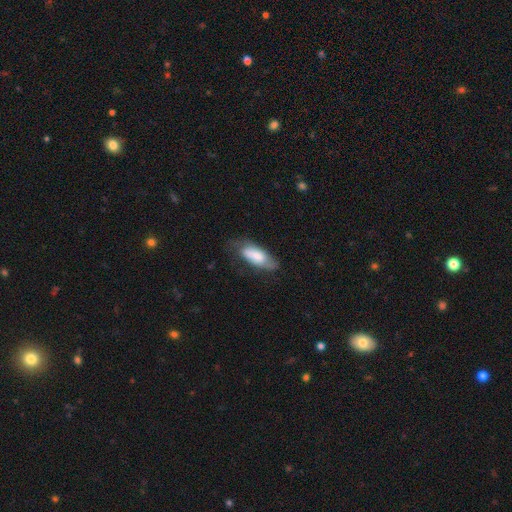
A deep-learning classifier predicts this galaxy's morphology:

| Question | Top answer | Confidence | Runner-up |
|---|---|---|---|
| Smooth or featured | smooth | 69% | featured or disk (25%) |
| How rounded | in between | 78% | cigar-shaped (20%) |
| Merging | none | 53% | minor disturbance (30%) |